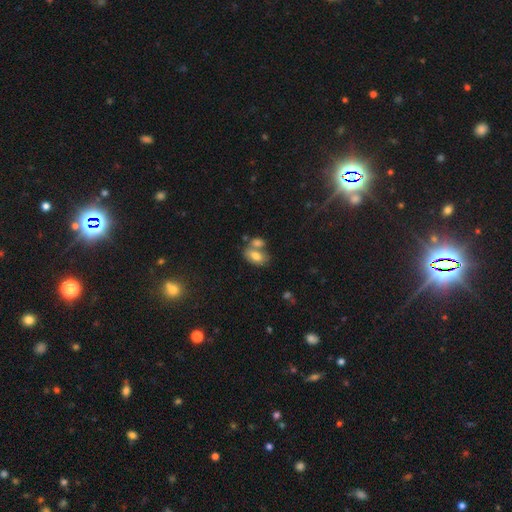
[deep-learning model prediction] Morphology: type=smooth (76%); roundness=in between (89%); merging=merger (44%).